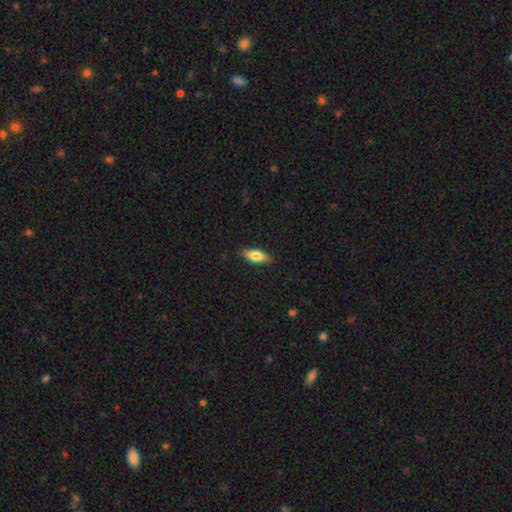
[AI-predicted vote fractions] Q: Smooth or featured?
A: smooth (74%); runner-up: featured or disk (20%)
Q: How rounded?
A: in between (75%); runner-up: cigar-shaped (22%)
Q: Merging?
A: none (87%); runner-up: minor disturbance (10%)